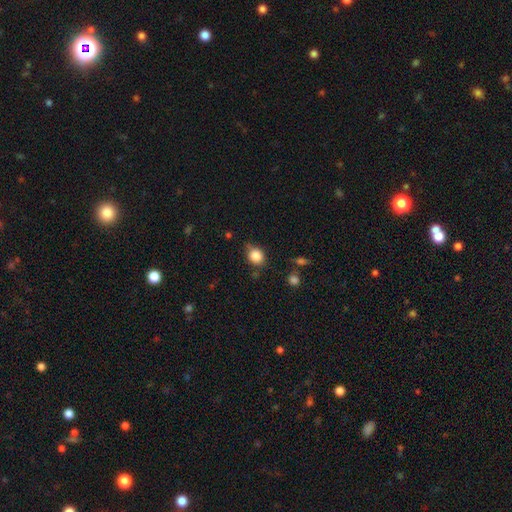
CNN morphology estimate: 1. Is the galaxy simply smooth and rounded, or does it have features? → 84% smooth, 10% star or artifact, 7% featured or disk.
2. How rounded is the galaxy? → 61% round, 38% in between, 1% cigar-shaped.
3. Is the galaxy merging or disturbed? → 68% none, 24% minor disturbance, 5% major disturbance, 3% merger.